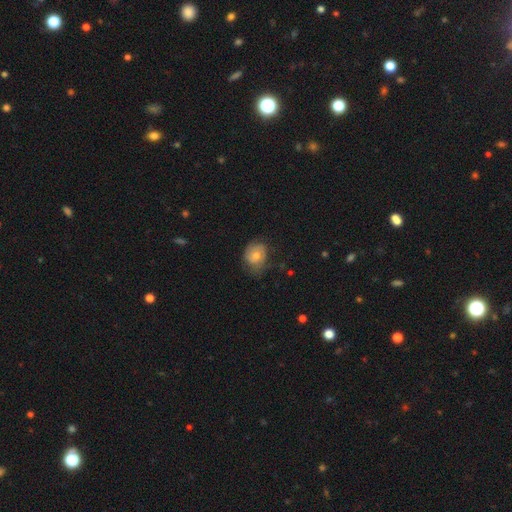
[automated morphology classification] Smooth or featured? Predicted: smooth (p=0.52). How rounded? Predicted: round (p=0.55). Merging? Predicted: none (p=0.59).